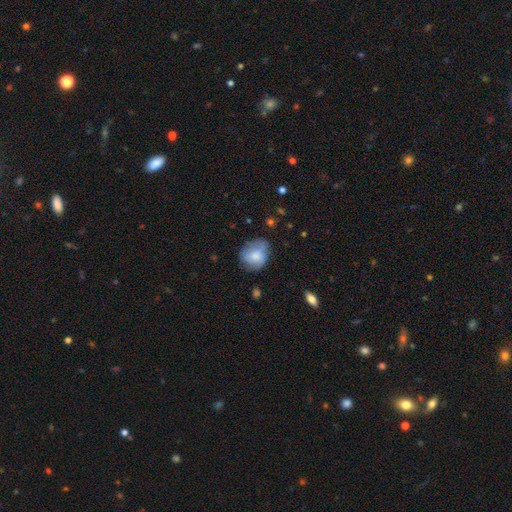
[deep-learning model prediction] Q: Smooth or featured?
A: smooth (71%); runner-up: featured or disk (21%)
Q: How rounded?
A: round (57%); runner-up: in between (42%)
Q: Merging?
A: none (58%); runner-up: minor disturbance (30%)